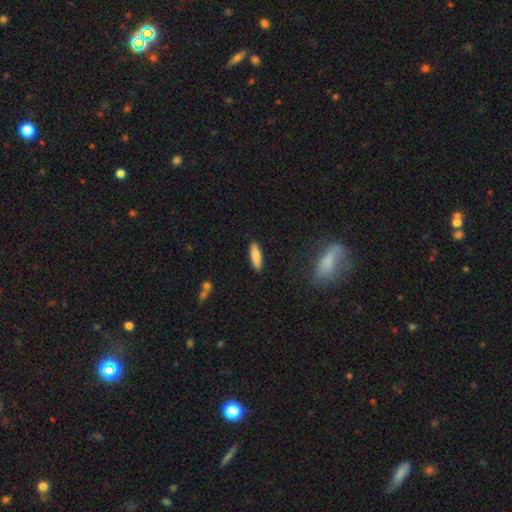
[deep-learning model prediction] smooth-or-featured: smooth: 83% | featured or disk: 11% | star or artifact: 6%
  how-rounded: cigar-shaped: 65% | in between: 33% | round: 2%
  merging: none: 89% | minor disturbance: 8% | major disturbance: 2% | merger: 1%